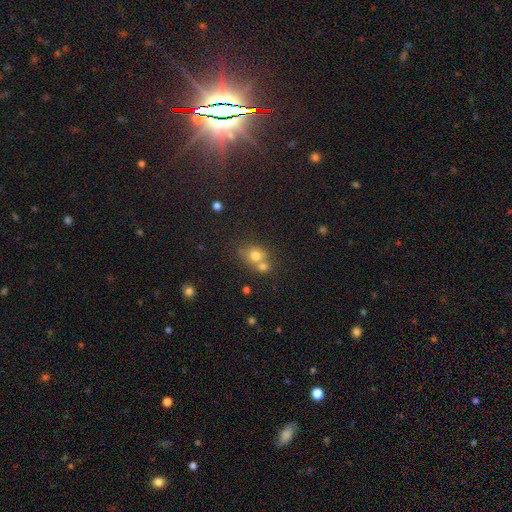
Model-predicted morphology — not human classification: smooth 73%, featured or disk 14%, star or artifact 13%. Down the decision tree: how rounded — round (68%); merging — merger (50%).